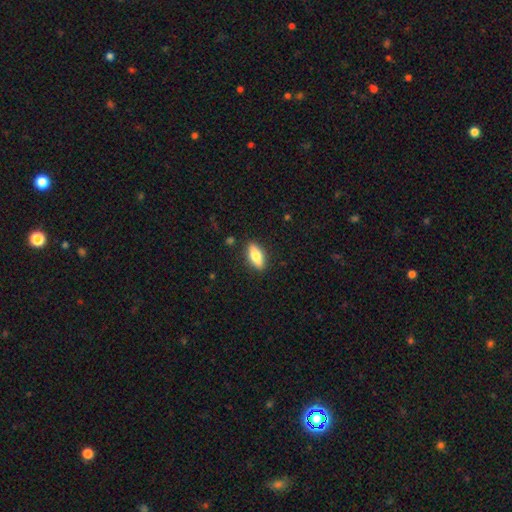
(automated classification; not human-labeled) Q: Smooth or featured?
A: smooth (72%); runner-up: featured or disk (21%)
Q: How rounded?
A: in between (75%); runner-up: cigar-shaped (22%)
Q: Merging?
A: none (87%); runner-up: minor disturbance (9%)